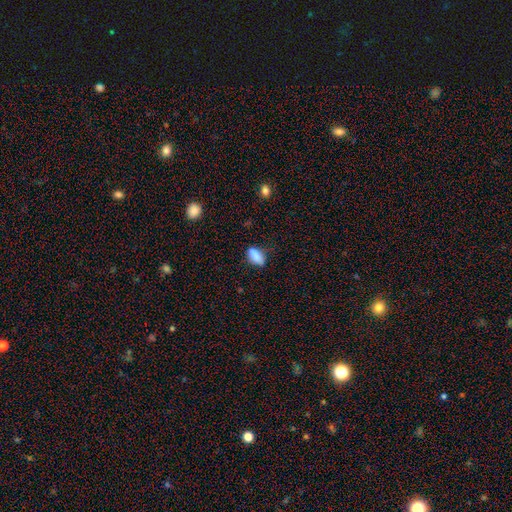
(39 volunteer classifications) smooth-or-featured: smooth: 79% | featured or disk: 15% | star or artifact: 5%
  how-rounded: in between: 90% | cigar-shaped: 6% | round: 3%
  merging: none: 73% | minor disturbance: 24% | major disturbance: 3% | merger: 0%